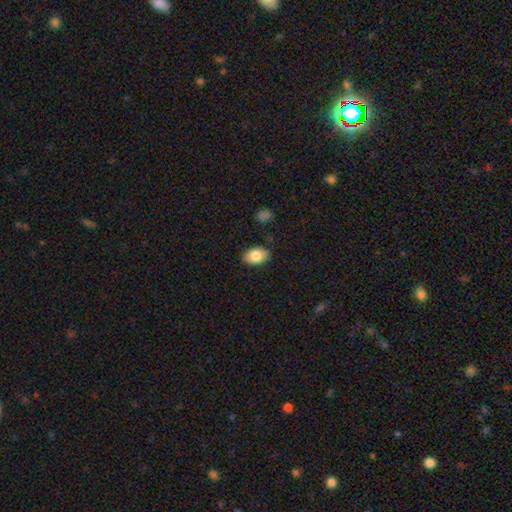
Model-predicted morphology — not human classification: type=smooth (83%); roundness=in between (88%); merging=none (86%).